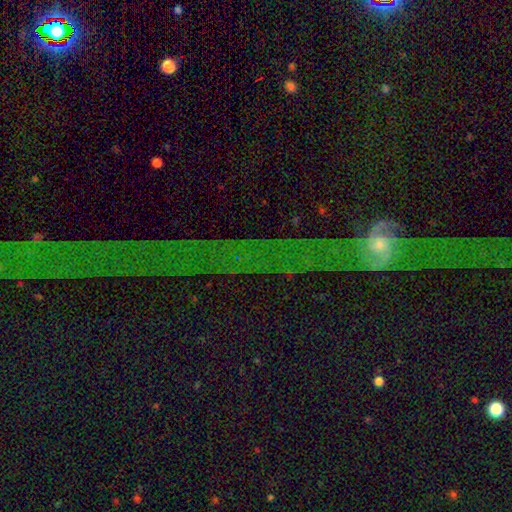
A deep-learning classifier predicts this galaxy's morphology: Smooth or featured? star or artifact (44%)